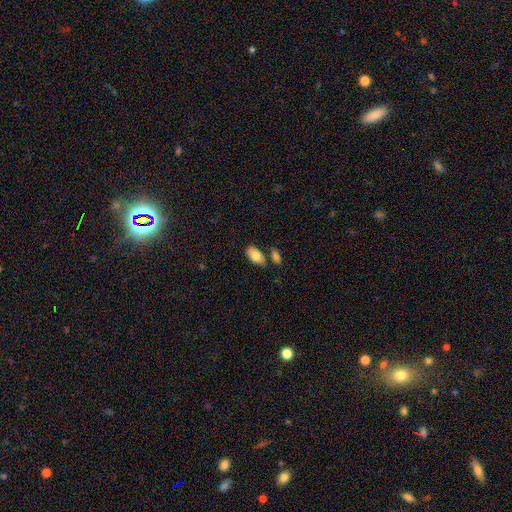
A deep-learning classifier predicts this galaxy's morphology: This is clearly a smooth galaxy (81%). How rounded: clearly in between (94%). Merging: likely none (67%).